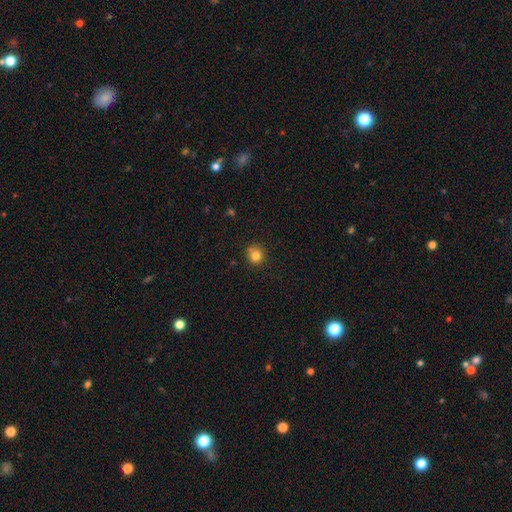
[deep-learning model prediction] This appears to be a smooth galaxy with no disk features (81%) that is round (90%). Merging: none (78%).